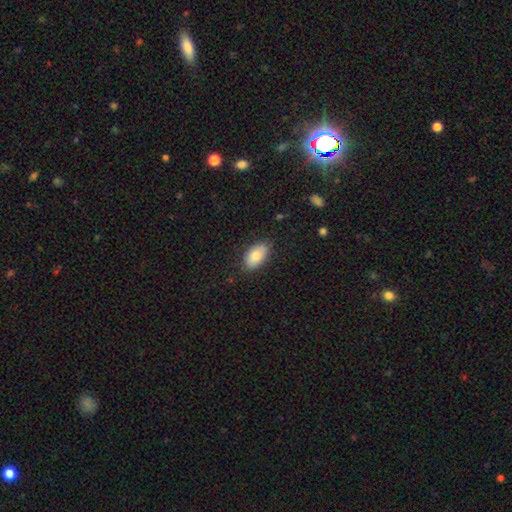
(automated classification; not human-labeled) Smooth or featured? smooth (82%)
How rounded? in between (94%)
Merging? none (83%)